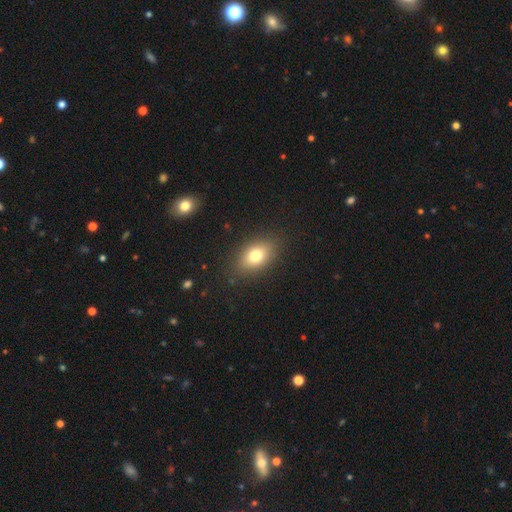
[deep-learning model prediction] Smooth or featured? smooth (76%)
How rounded? in between (84%)
Merging? none (85%)